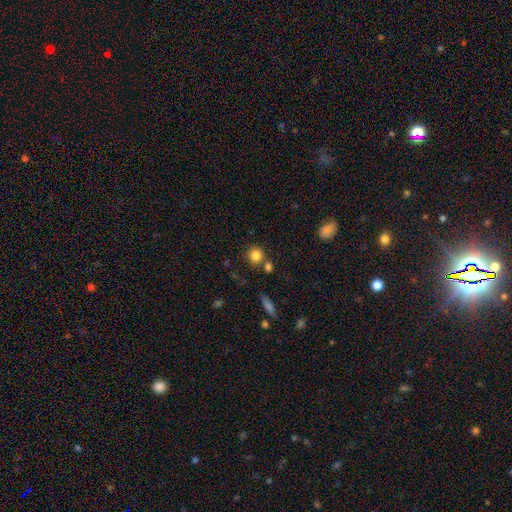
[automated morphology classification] A smooth galaxy with no disk features (83%) that is round (89%). Merging: none (74%).